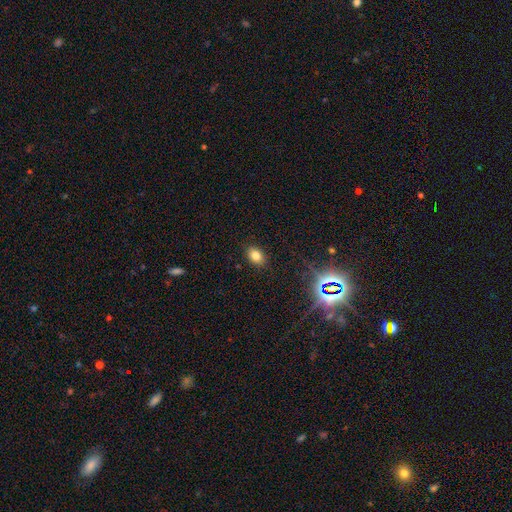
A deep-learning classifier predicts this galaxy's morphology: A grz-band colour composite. It shows a smooth galaxy with no disk features (77%) that is in between round and cigar-shaped (73%). Merging: none (87%).